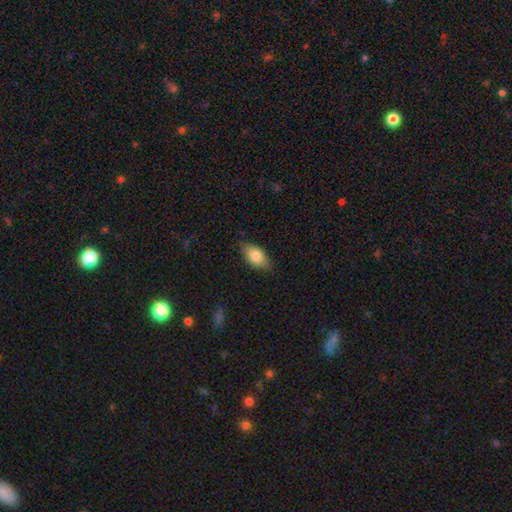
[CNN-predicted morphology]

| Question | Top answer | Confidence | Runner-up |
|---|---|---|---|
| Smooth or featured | smooth | 81% | featured or disk (12%) |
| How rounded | in between | 90% | cigar-shaped (5%) |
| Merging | none | 79% | minor disturbance (16%) |